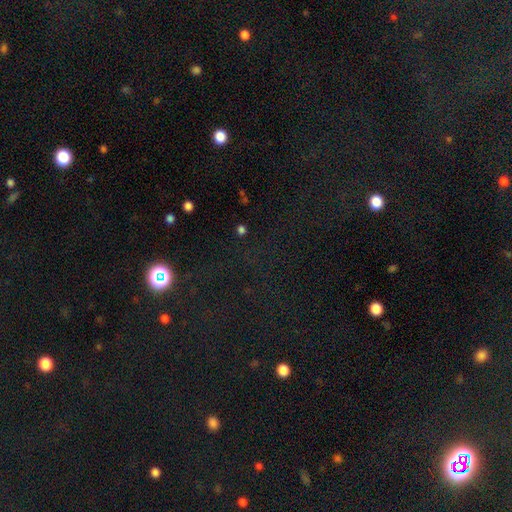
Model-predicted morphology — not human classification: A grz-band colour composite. It shows a star or artifact, not a galaxy (72%).